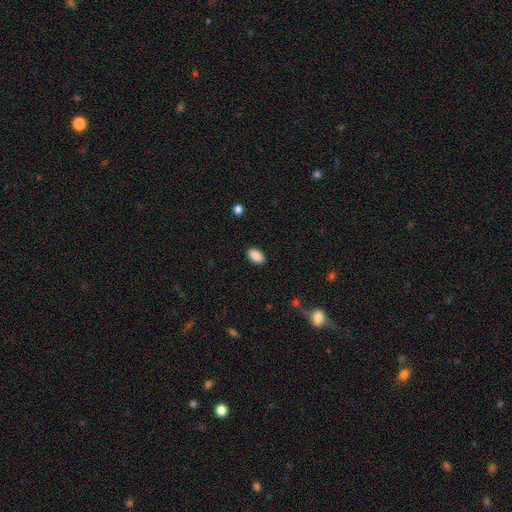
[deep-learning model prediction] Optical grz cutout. It shows a smooth galaxy with no disk features (89%) that is in between round and cigar-shaped (93%). Merging: none (88%).